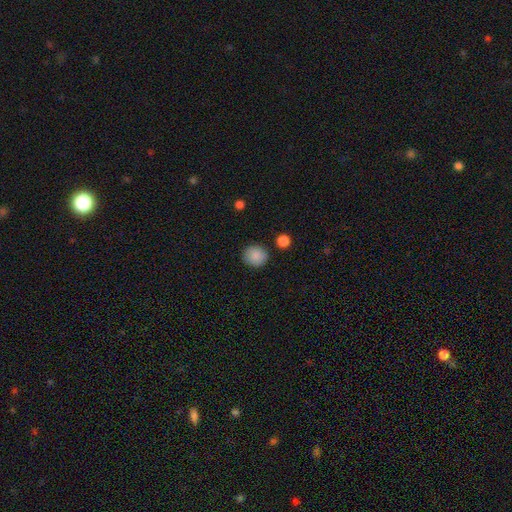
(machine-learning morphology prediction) A smooth galaxy with no disk features (87%) that is round (86%). Merging: none (87%).